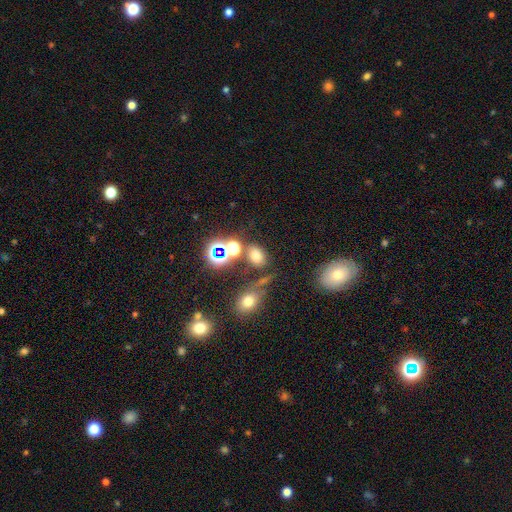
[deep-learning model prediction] Smooth or featured?
  - smooth: 65% *
  - star or artifact: 25%
  - featured or disk: 9%
How rounded?
  - in between: 67% *
  - round: 31%
  - cigar-shaped: 2%
Merging?
  - none: 68% *
  - merger: 14%
  - minor disturbance: 12%
  - major disturbance: 6%